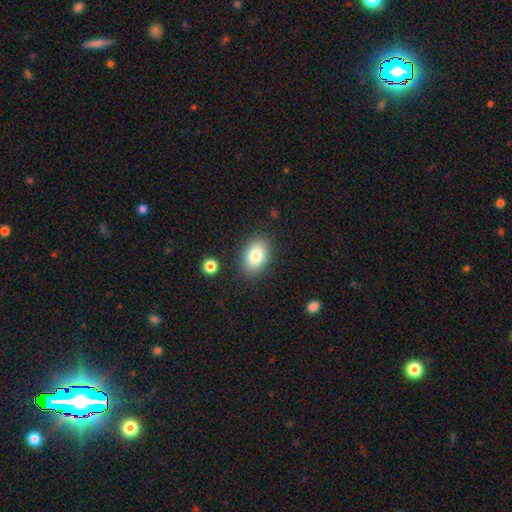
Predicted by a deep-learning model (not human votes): smooth-or-featured: smooth: 82% | featured or disk: 9% | star or artifact: 8%
  how-rounded: in between: 82% | round: 16% | cigar-shaped: 1%
  merging: none: 85% | minor disturbance: 10% | major disturbance: 3% | merger: 2%